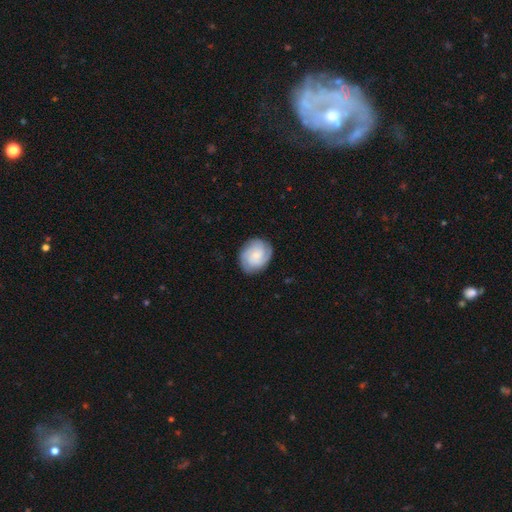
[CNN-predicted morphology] Overall: featured or disk (63%; smooth 30%). Edge-on disk: no (98%). Bar: no (72%). Spiral arms: yes (94%). Spiral arm count: 3 (35%; can't tell 23%). Spiral winding: tight (61%; medium 31%). Bulge size: small (67%). Merging: none (83%).